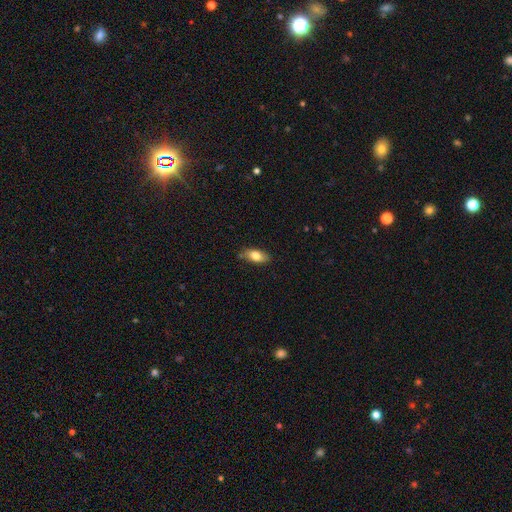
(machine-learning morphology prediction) Smooth or featured: smooth — 79% (featured or disk — 14%)
How rounded: in between — 87% (cigar-shaped — 9%)
Merging: none — 78% (minor disturbance — 17%)